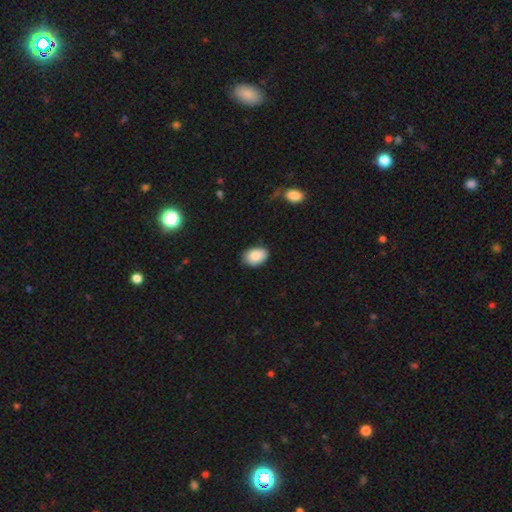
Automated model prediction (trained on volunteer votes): This appears to be a smooth galaxy with no disk features (86%) that is in between round and cigar-shaped (85%). Merging: none (83%).